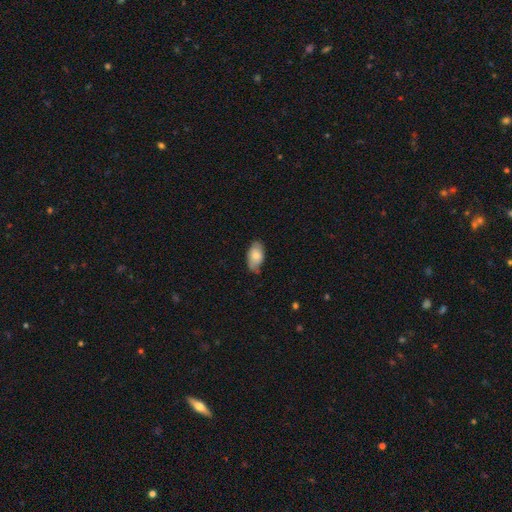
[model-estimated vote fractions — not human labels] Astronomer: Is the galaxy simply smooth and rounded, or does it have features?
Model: smooth — 77%.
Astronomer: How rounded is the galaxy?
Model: in between — 94%.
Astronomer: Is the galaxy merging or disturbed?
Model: none — 68%.